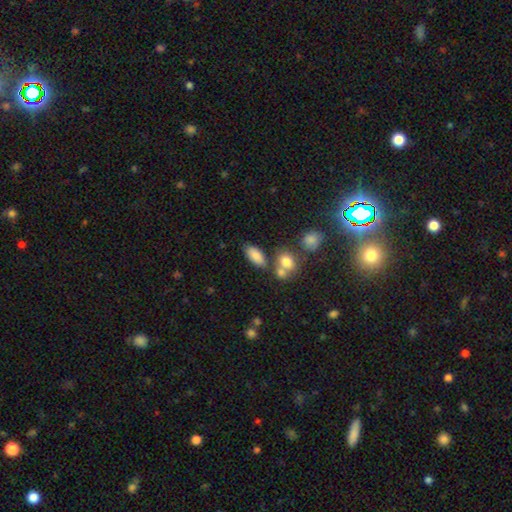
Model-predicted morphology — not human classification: A smooth galaxy with no disk features (83%) that is in between round and cigar-shaped (88%).

Vote fractions:
- Smooth or featured? smooth: 83% / star or artifact: 9% / featured or disk: 8%
- How rounded? in between: 88% / cigar-shaped: 7% / round: 5%
- Merging? none: 66% / merger: 16% / minor disturbance: 13% / major disturbance: 5%